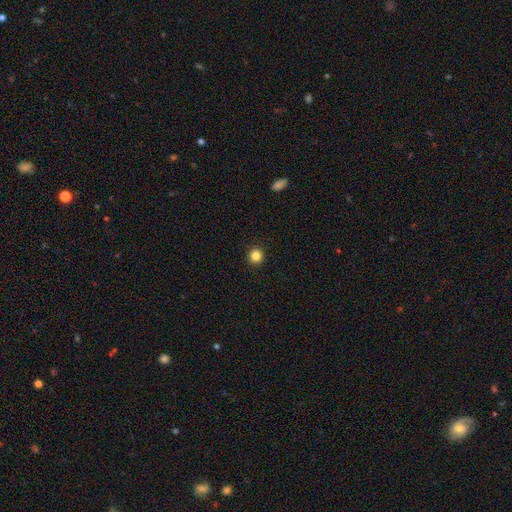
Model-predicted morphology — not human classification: Smooth or featured?
  - smooth: 85% *
  - star or artifact: 11%
  - featured or disk: 4%
How rounded?
  - round: 93% *
  - in between: 6%
  - cigar-shaped: 1%
Merging?
  - none: 93% *
  - minor disturbance: 4%
  - major disturbance: 2%
  - merger: 1%